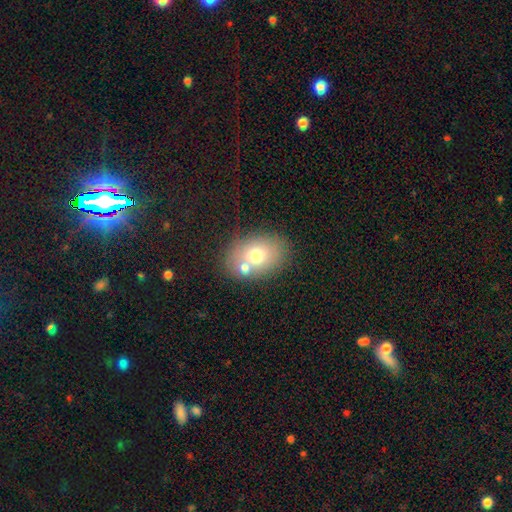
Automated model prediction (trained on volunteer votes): The model was most divided on "merging": none: 59%, merger: 24%, minor disturbance: 12%, major disturbance: 4%. More confident: how rounded — in between (73%); smooth or featured — smooth (69%).